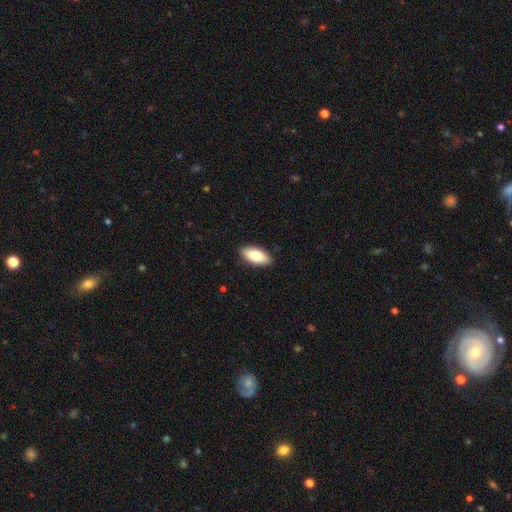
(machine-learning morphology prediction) A smooth galaxy with no disk features (82%) that is in between round and cigar-shaped (89%).

Vote fractions:
- Smooth or featured? smooth: 82% / featured or disk: 12% / star or artifact: 6%
- How rounded? in between: 89% / cigar-shaped: 9% / round: 2%
- Merging? none: 88% / minor disturbance: 9% / major disturbance: 2% / merger: 1%